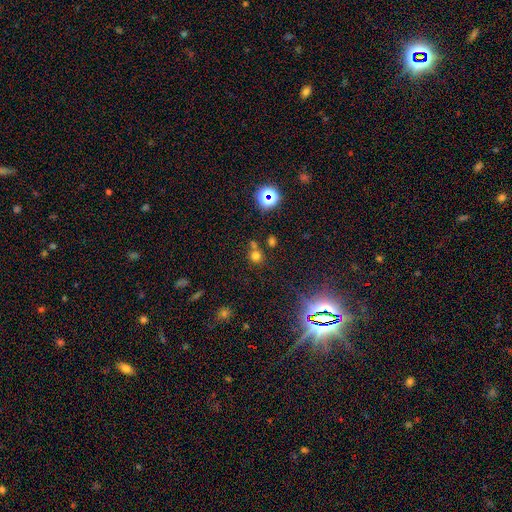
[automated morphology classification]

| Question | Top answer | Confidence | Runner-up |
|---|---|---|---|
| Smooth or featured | smooth | 65% | star or artifact (27%) |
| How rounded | round | 88% | in between (11%) |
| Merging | none | 61% | merger (25%) |